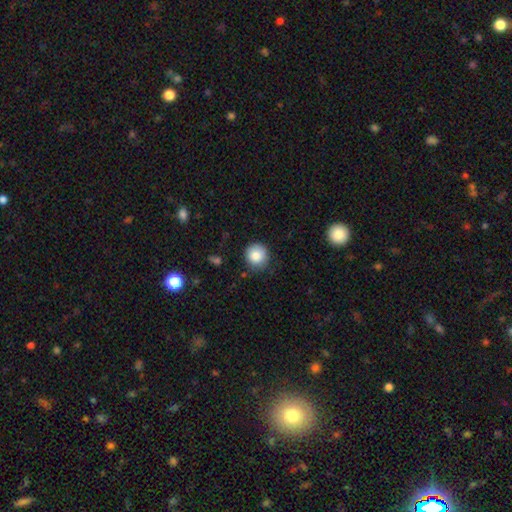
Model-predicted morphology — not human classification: Q: Smooth or featured?
A: smooth (84%); runner-up: star or artifact (9%)
Q: How rounded?
A: round (93%); runner-up: in between (6%)
Q: Merging?
A: none (83%); runner-up: minor disturbance (12%)